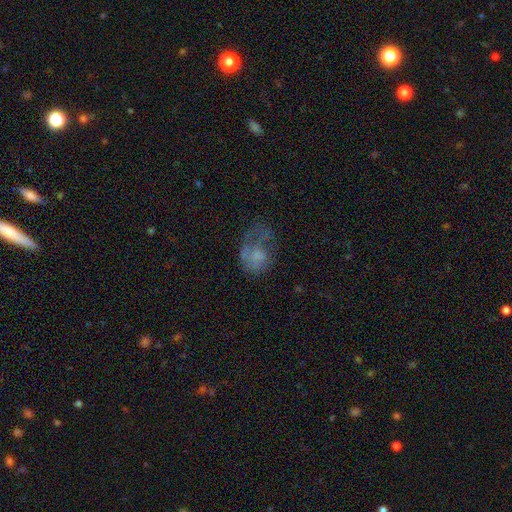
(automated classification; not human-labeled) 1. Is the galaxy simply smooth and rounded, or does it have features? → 47% smooth, 40% featured or disk, 13% star or artifact.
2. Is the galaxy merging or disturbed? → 47% major disturbance, 28% none, 21% minor disturbance, 4% merger.